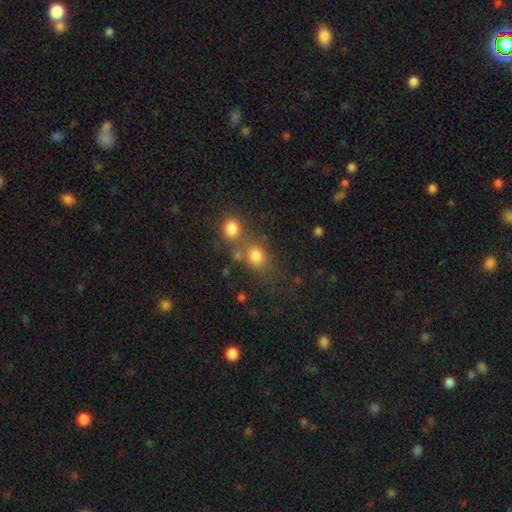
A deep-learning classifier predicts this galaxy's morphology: Smooth or featured? Predicted: smooth (p=0.79). How rounded? Predicted: round (p=0.61). Merging? Predicted: none (p=0.50).